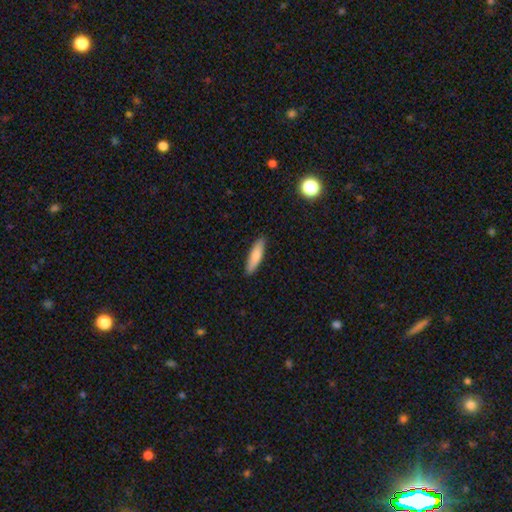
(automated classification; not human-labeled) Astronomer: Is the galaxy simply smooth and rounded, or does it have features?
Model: smooth — 80%.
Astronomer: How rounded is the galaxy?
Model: cigar-shaped — 69%.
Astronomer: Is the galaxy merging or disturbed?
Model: none — 89%.